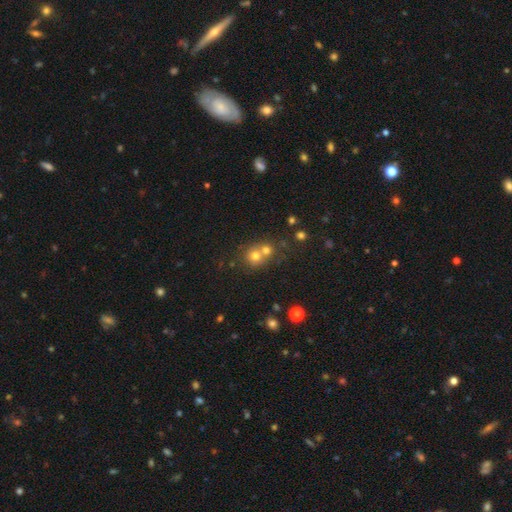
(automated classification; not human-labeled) A smooth galaxy with no disk features (69%) that is round (81%). Merging: merger (53%).